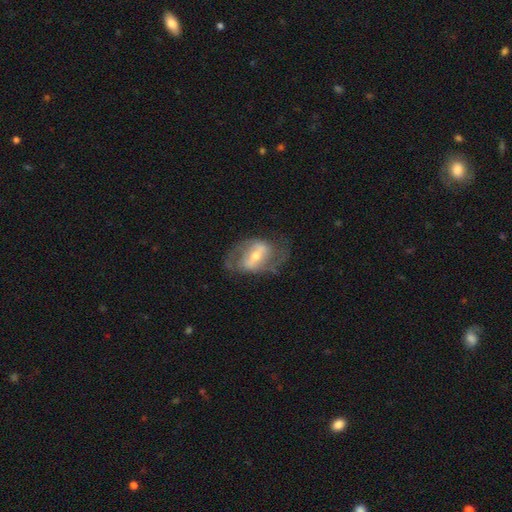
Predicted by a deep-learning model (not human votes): This appears to be a featured or disk galaxy (79%) with a strong bar (45%), 2 (81%) medium (49%) spiral arms (81%) and a moderate central bulge (57%). Merging: none (65%).